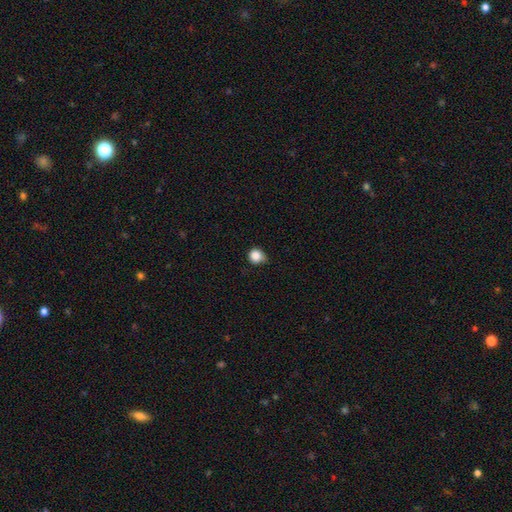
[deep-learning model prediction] smooth 86%, star or artifact 10%, featured or disk 4%. Down the decision tree: how rounded — round (84%); merging — none (64%).